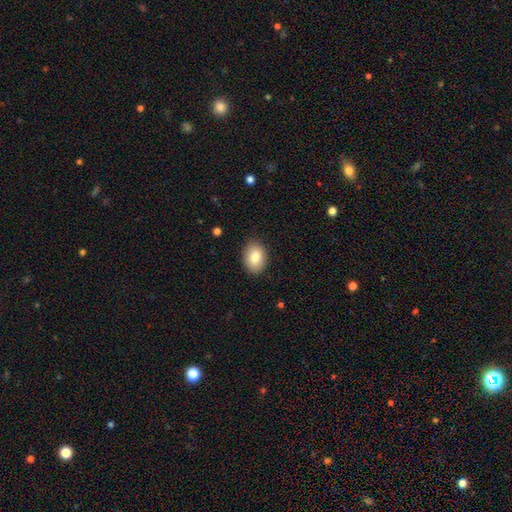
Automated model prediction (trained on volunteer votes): A smooth galaxy with no disk features (84%) that is in between round and cigar-shaped (79%).

Vote fractions:
- Smooth or featured? smooth: 84% / featured or disk: 8% / star or artifact: 7%
- How rounded? in between: 79% / round: 20% / cigar-shaped: 1%
- Merging? none: 88% / minor disturbance: 9% / major disturbance: 2% / merger: 1%